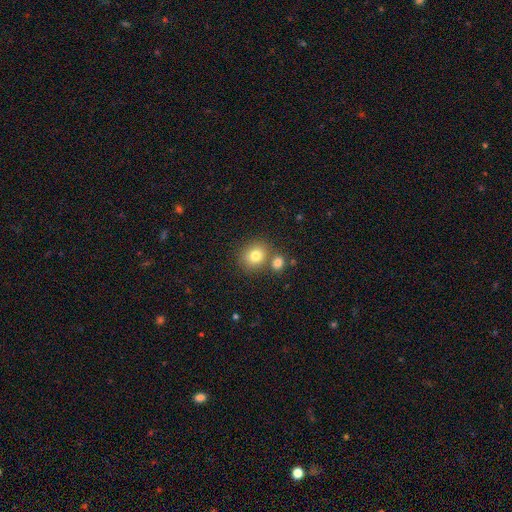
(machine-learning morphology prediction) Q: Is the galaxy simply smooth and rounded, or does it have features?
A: smooth — 80%.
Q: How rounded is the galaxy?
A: round — 76%.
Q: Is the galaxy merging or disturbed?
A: none — 63%.